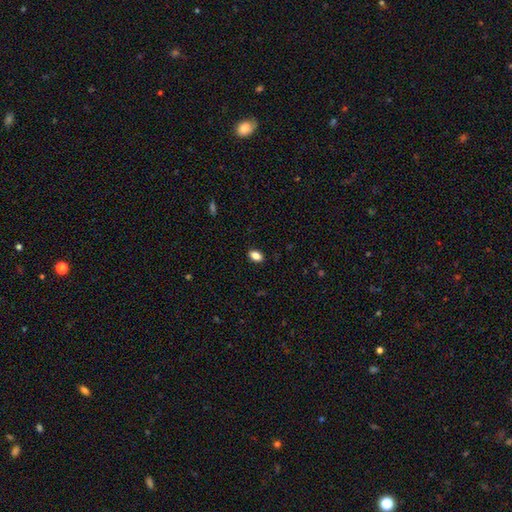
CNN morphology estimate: Smooth or featured: smooth — 86% (star or artifact — 9%)
How rounded: in between — 86% (round — 12%)
Merging: none — 89% (minor disturbance — 8%)